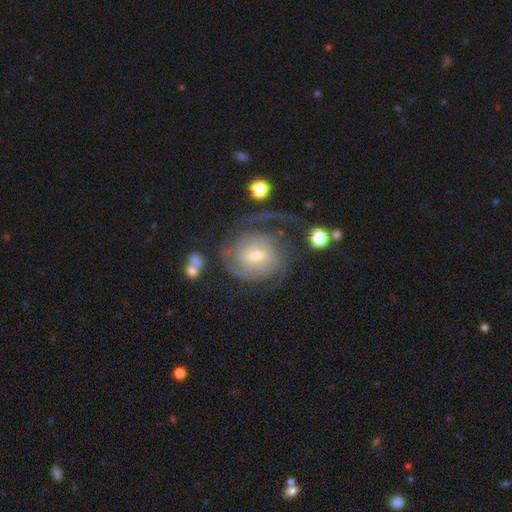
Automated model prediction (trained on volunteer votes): A featured or disk galaxy (83%) with a weak bar (53%), 2 (33%) tight (63%) spiral arms (94%) and a moderate central bulge (52%). Merging: none (59%).